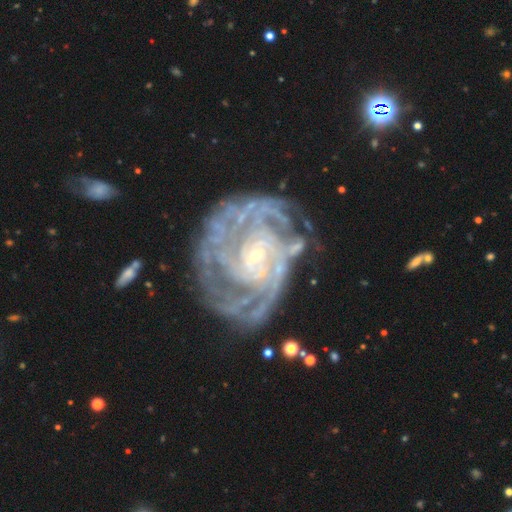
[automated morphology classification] smooth-or-featured: featured or disk: 89% | star or artifact: 6% | smooth: 5%
  disk-edge-on: no: 97% | yes: 3%
    bar: no: 62% | weak: 27% | strong: 11%
    has-spiral-arms: yes: 97% | no: 3%
      spiral-winding: tight: 70% | medium: 25% | loose: 5%
      spiral-arm-count: can't tell: 27% | 4: 18% | 3: 17% | 2: 17% | more than 4: 13% | 1: 8%
    bulge-size: small: 84% | moderate: 12% | none: 2% | large: 1% | dominant: 1%
  merging: none: 65% | minor disturbance: 20% | major disturbance: 12% | merger: 3%